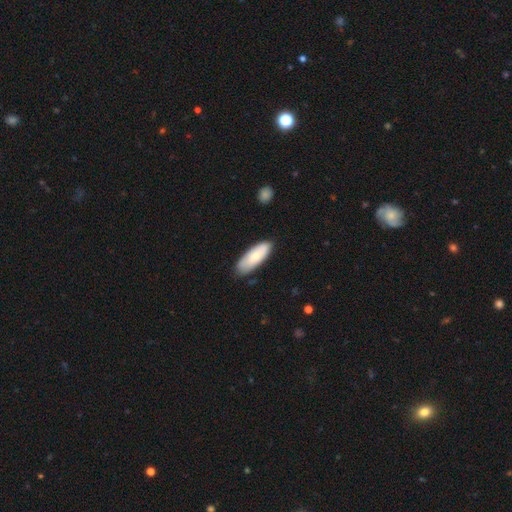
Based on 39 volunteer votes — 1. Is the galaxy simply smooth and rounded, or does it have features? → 82% smooth, 18% featured or disk, 0% star or artifact.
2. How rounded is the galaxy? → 81% in between, 19% cigar-shaped, 0% round.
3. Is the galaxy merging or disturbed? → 56% none, 36% minor disturbance, 5% merger, 3% major disturbance.